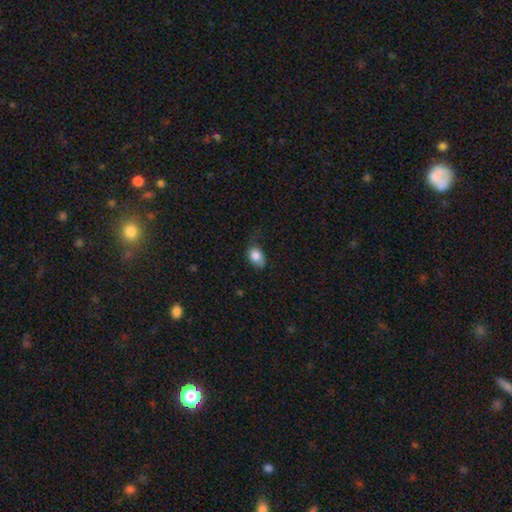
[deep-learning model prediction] This appears to be a smooth galaxy with no disk features (83%) that is in between round and cigar-shaped (76%). Merging: none (44%).